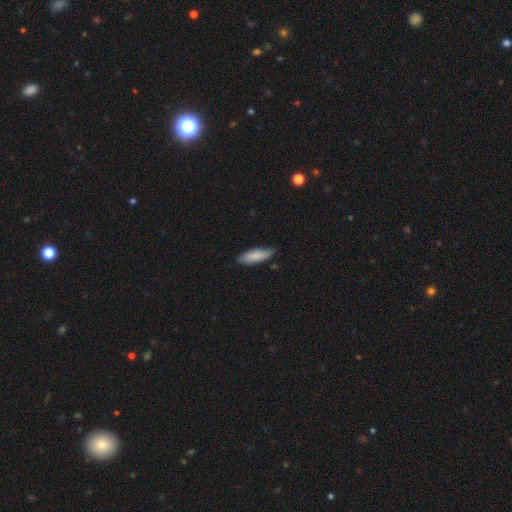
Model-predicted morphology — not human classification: Smooth or featured? smooth (83%)
How rounded? in between (53%)
Merging? none (75%)